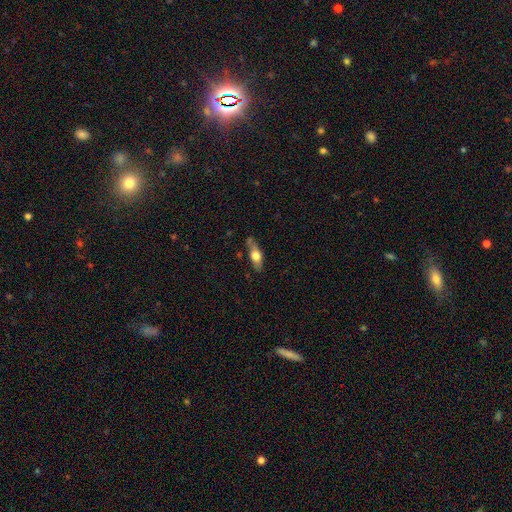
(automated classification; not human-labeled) Morphology: type=smooth (53%); roundness=in between (53%); merging=none (70%).